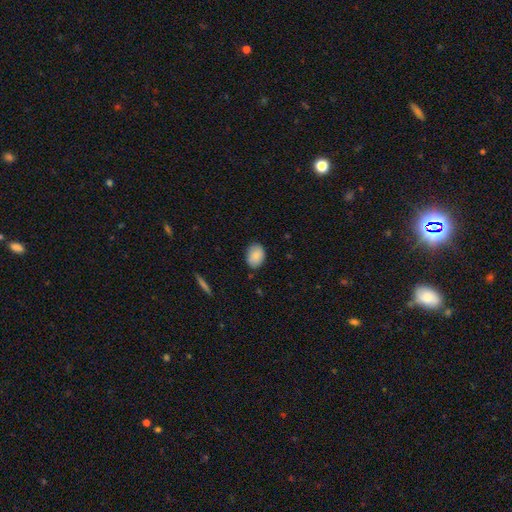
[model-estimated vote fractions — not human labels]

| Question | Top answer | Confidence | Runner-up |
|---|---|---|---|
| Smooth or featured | smooth | 87% | star or artifact (7%) |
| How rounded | in between | 74% | round (25%) |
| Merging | none | 84% | minor disturbance (13%) |